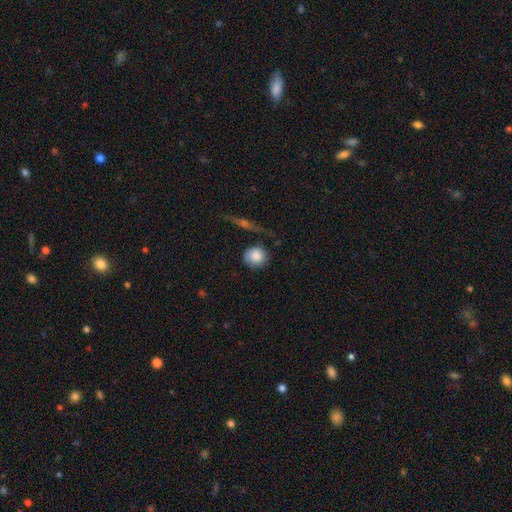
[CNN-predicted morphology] Smooth or featured? smooth (85%)
How rounded? round (88%)
Merging? none (68%)